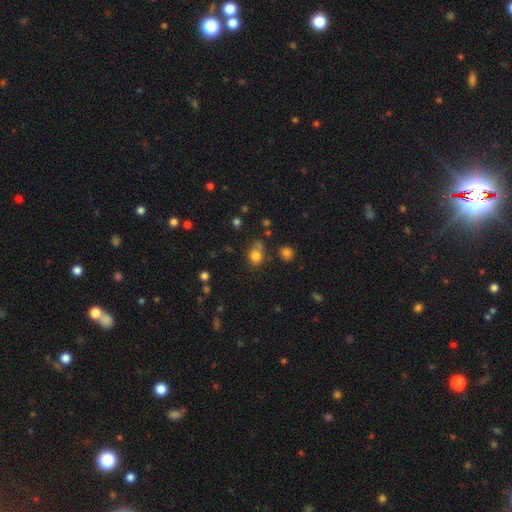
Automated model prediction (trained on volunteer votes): Smooth or featured? smooth (80%)
How rounded? round (69%)
Merging? none (60%)